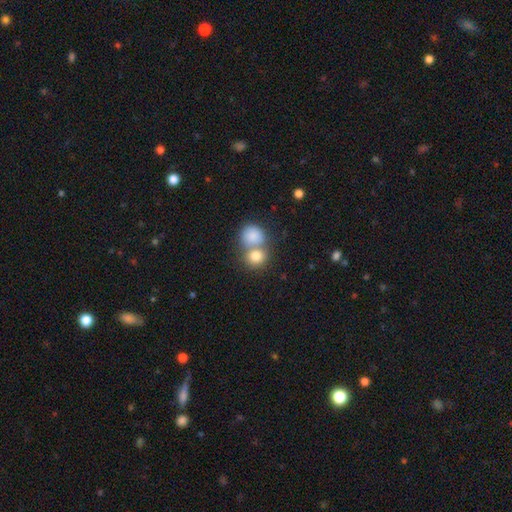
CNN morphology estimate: This is clearly a smooth galaxy (82%). How rounded: likely round (78%). Merging: possibly merger (53%).